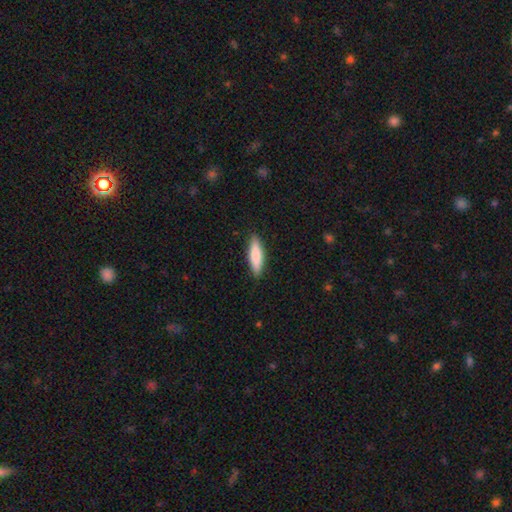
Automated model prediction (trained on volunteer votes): A smooth galaxy with no disk features (78%) that is cigar-shaped (69%).

Vote fractions:
- Smooth or featured? smooth: 78% / featured or disk: 17% / star or artifact: 5%
- How rounded? cigar-shaped: 69% / in between: 30% / round: 2%
- Merging? none: 89% / minor disturbance: 8% / major disturbance: 2% / merger: 1%